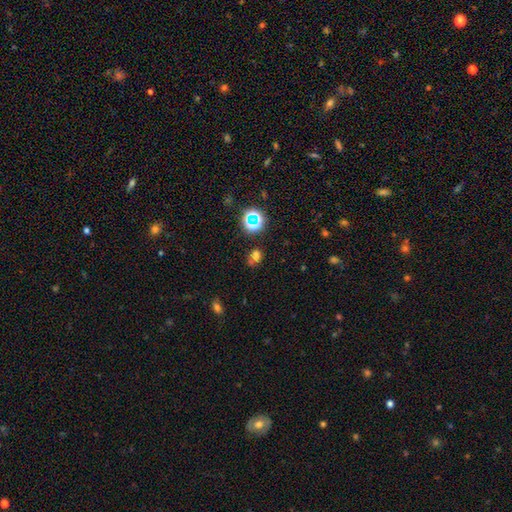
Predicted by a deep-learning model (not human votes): A smooth galaxy with no disk features (60%) that is round (51%). Merging: none (53%).